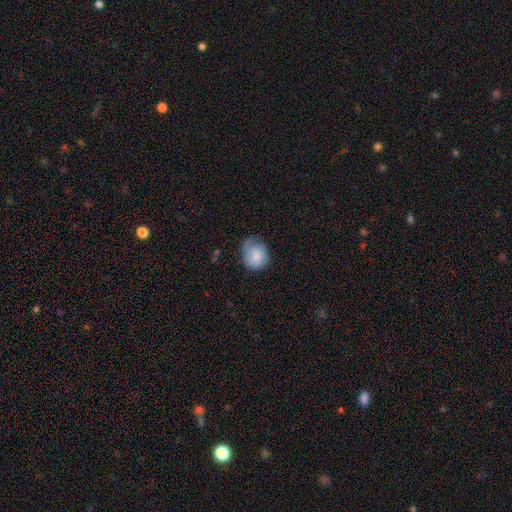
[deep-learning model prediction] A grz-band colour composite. It shows a smooth galaxy with no disk features (81%) that is round (63%). Merging: none (51%).